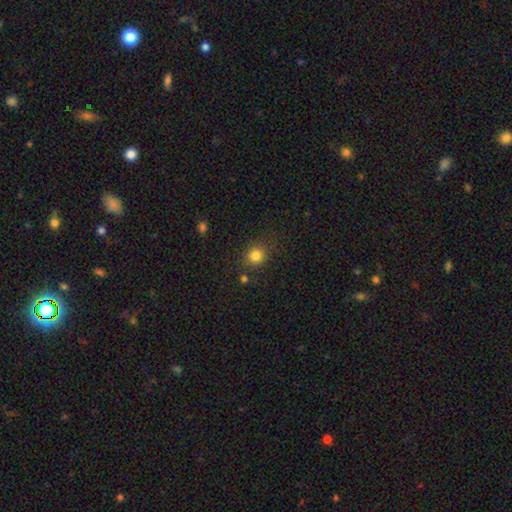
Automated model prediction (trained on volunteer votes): Q: Smooth or featured?
A: smooth (82%); runner-up: star or artifact (13%)
Q: How rounded?
A: round (83%); runner-up: in between (16%)
Q: Merging?
A: none (81%); runner-up: minor disturbance (10%)